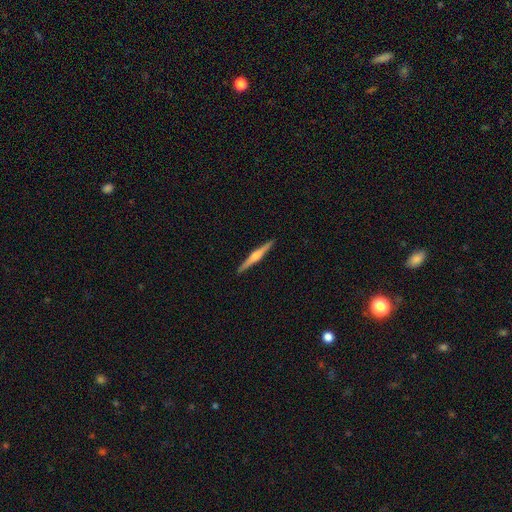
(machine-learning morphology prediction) Smooth or featured? featured or disk (72%)
Edge-on disk? yes (98%)
Edge-on bulge? rounded (84%)
Merging? none (93%)